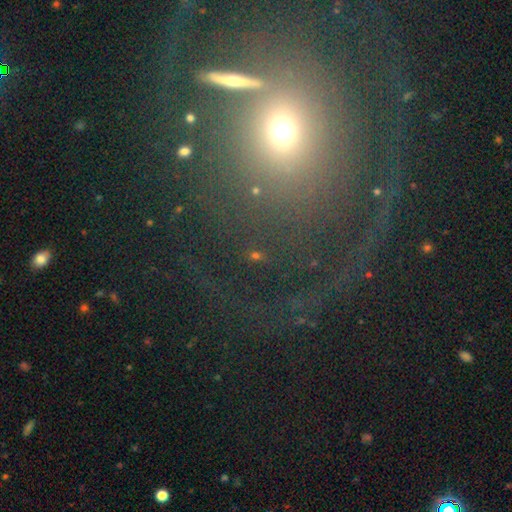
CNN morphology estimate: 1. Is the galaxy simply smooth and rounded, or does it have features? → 60% star or artifact, 27% smooth, 13% featured or disk.